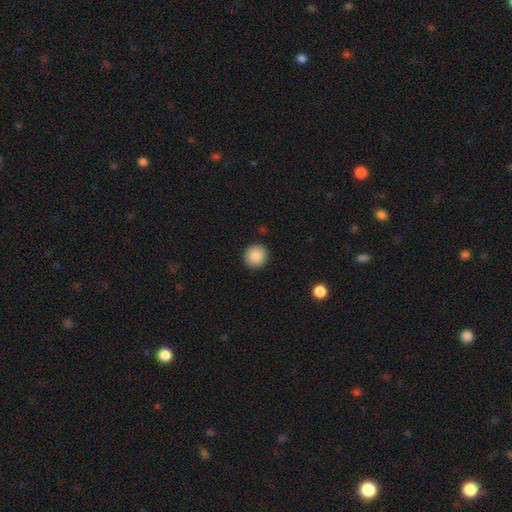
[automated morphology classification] smooth 87%, star or artifact 8%, featured or disk 5%. Down the decision tree: how rounded — round (95%); merging — none (92%).